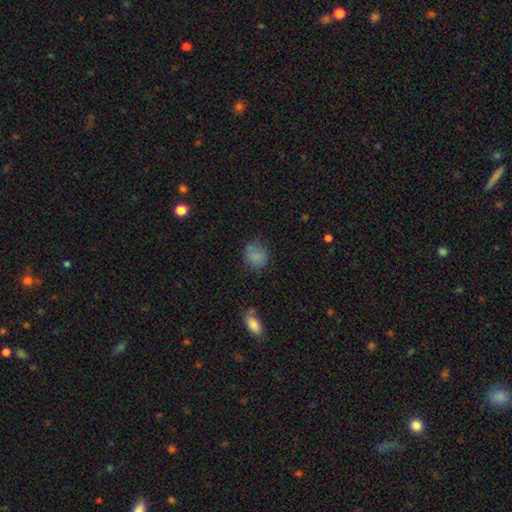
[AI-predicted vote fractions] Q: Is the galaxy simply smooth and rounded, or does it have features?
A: smooth — 80%.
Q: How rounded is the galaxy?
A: round — 69%.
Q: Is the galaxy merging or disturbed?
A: none — 68%.